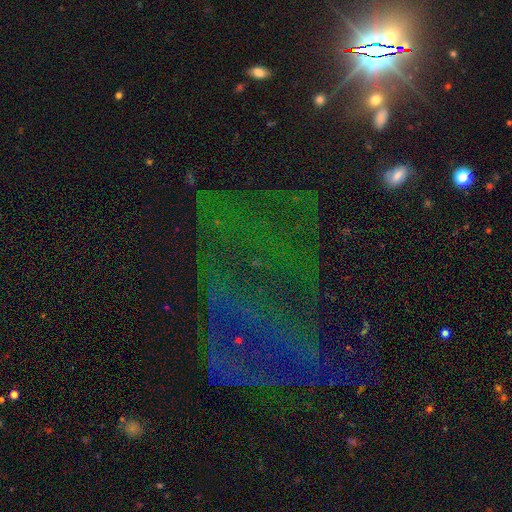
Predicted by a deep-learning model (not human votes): smooth_or_featured: star or artifact (p=0.70) [alt: featured or disk p=0.17]